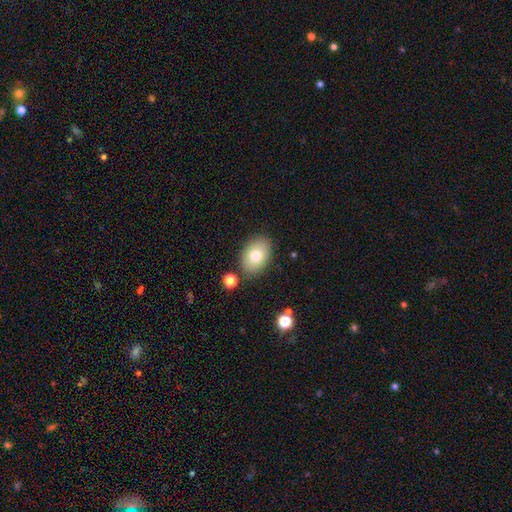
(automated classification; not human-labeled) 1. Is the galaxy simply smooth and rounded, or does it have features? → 76% smooth, 15% featured or disk, 9% star or artifact.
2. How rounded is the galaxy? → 81% in between, 17% round, 1% cigar-shaped.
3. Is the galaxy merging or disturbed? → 84% none, 10% minor disturbance, 3% merger, 3% major disturbance.